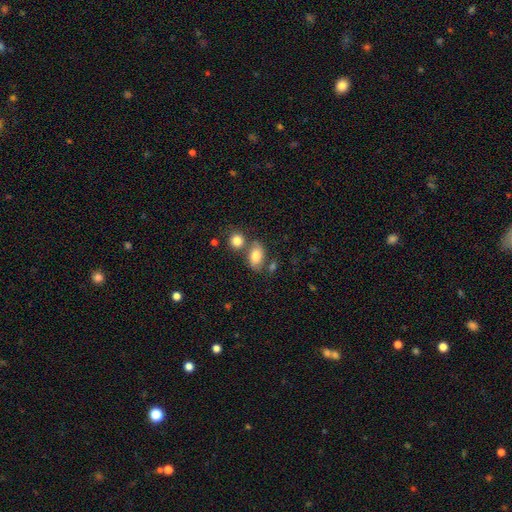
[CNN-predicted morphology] smooth_or_featured: smooth (p=0.79) [alt: featured or disk p=0.13]
how_rounded: in between (p=0.86) [alt: round p=0.12]
merging: none (p=0.56) [alt: merger p=0.22]